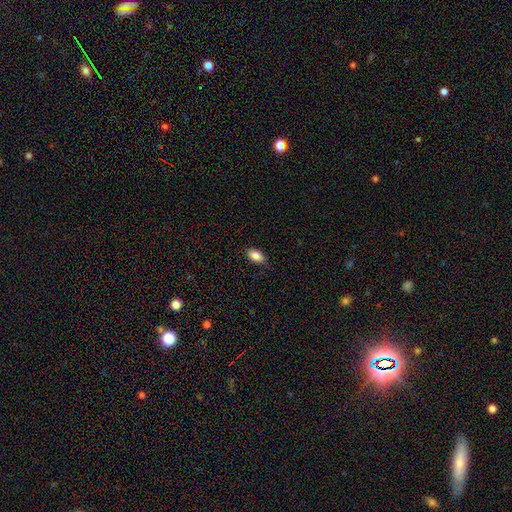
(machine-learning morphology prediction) Overall: smooth (87%). How rounded: in between (90%). Merging: none (83%).